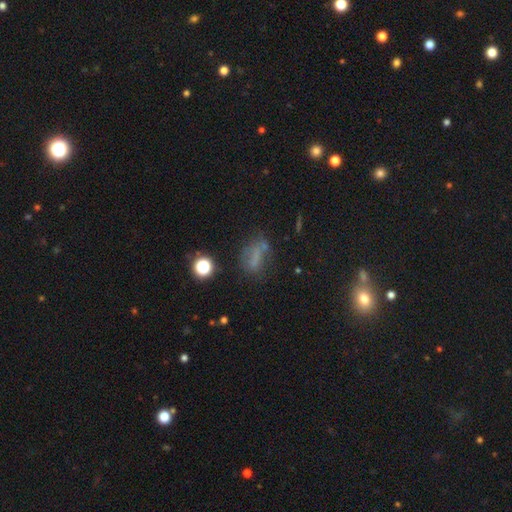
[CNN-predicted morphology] Q: Smooth or featured?
A: smooth (50%); runner-up: star or artifact (28%)
Q: Merging?
A: none (52%); runner-up: minor disturbance (22%)